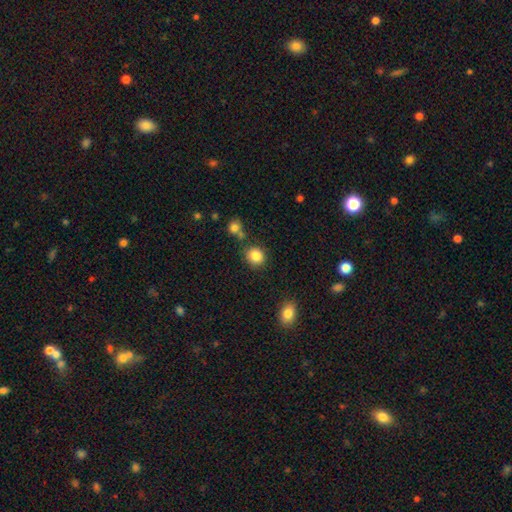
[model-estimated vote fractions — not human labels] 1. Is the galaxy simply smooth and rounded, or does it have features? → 85% smooth, 10% star or artifact, 5% featured or disk.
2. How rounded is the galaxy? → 79% round, 20% in between, 1% cigar-shaped.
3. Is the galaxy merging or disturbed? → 79% none, 11% minor disturbance, 7% merger, 3% major disturbance.